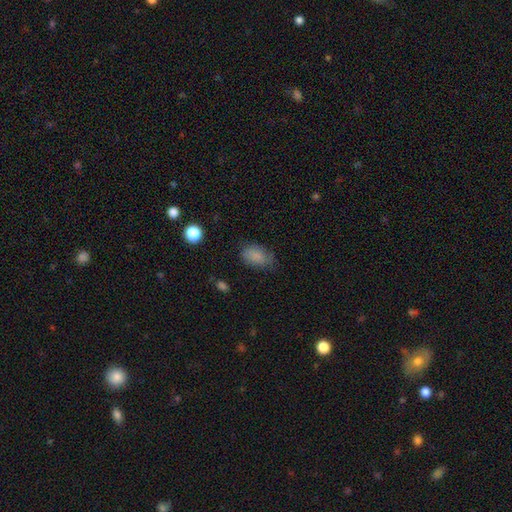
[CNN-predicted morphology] The model was most divided on "merging": none: 67%, minor disturbance: 24%, major disturbance: 7%, merger: 2%. More confident: how rounded — in between (86%); smooth or featured — smooth (83%).